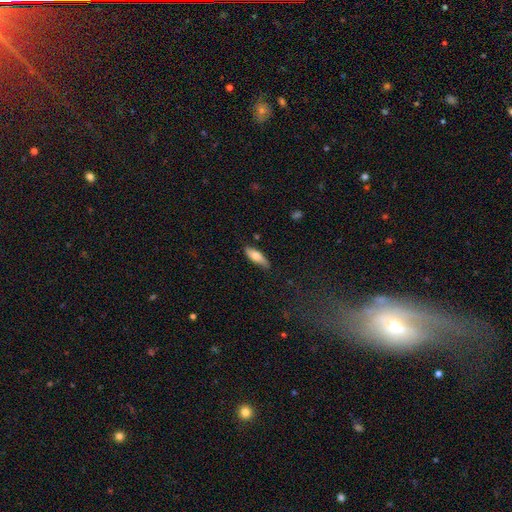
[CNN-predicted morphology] type=smooth (69%); roundness=in between (60%); merging=none (78%).